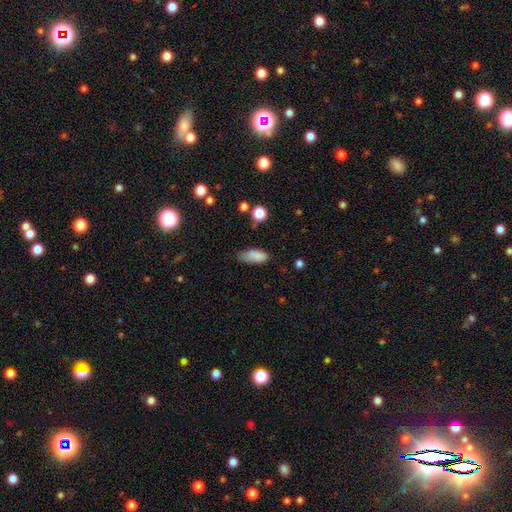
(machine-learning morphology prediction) This is clearly a smooth galaxy (85%). How rounded: clearly in between (83%). Merging: possibly none (52%).